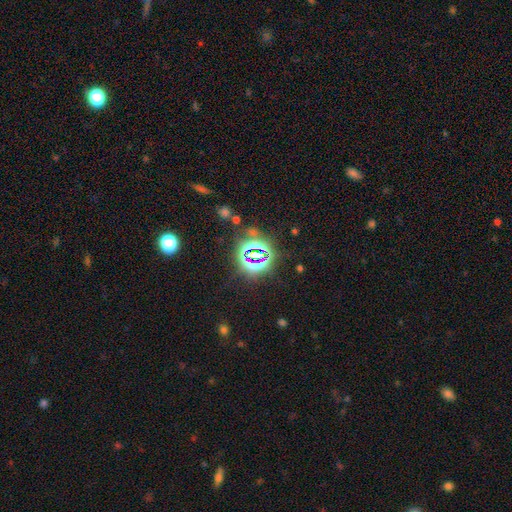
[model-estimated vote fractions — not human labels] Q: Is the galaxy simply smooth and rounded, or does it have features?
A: star or artifact — 78%.